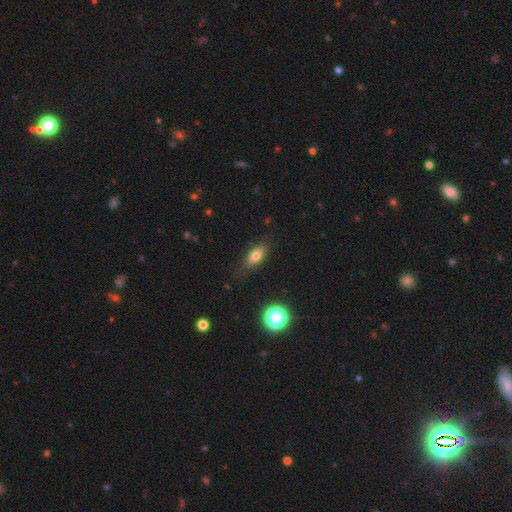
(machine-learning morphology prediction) smooth-or-featured: smooth: 70% | featured or disk: 20% | star or artifact: 11%
  how-rounded: in between: 71% | cigar-shaped: 22% | round: 7%
  merging: none: 78% | minor disturbance: 16% | major disturbance: 4% | merger: 2%